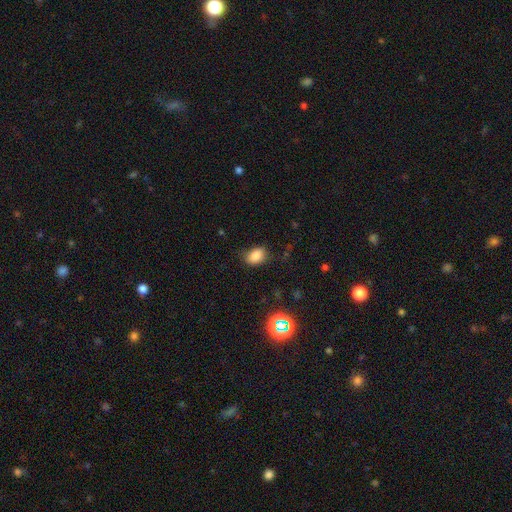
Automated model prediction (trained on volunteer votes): smooth 83%, star or artifact 11%, featured or disk 6%. Down the decision tree: how rounded — in between (79%); merging — none (73%).